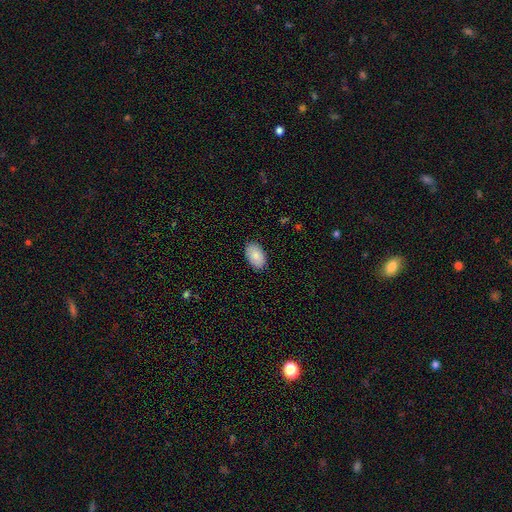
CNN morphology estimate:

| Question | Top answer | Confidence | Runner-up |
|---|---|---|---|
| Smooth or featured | smooth | 87% | featured or disk (7%) |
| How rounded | in between | 93% | round (6%) |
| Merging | none | 88% | minor disturbance (10%) |